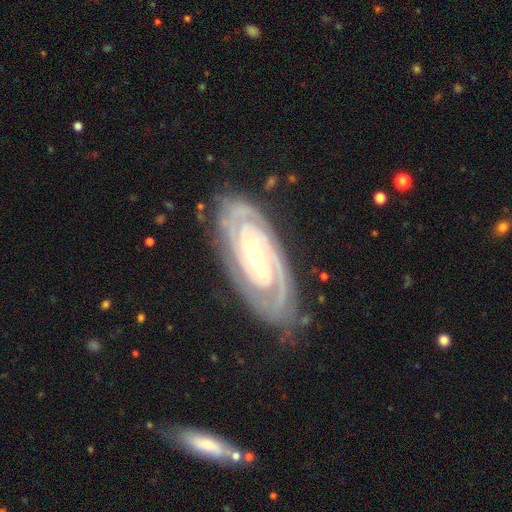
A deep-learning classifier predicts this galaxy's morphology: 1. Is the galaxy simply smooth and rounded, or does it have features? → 91% featured or disk, 5% star or artifact, 5% smooth.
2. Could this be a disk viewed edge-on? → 94% no, 6% yes.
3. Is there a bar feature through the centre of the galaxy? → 71% no, 18% weak, 11% strong.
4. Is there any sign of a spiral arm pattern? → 98% yes, 2% no.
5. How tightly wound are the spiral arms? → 83% tight, 15% medium, 2% loose.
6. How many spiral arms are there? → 47% 2, 20% 3, 15% can't tell, 8% 4, 5% more than 4, 5% 1.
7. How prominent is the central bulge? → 56% small, 40% moderate, 2% large, 1% none, 1% dominant.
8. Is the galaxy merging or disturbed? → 80% none, 14% minor disturbance, 4% major disturbance, 1% merger.